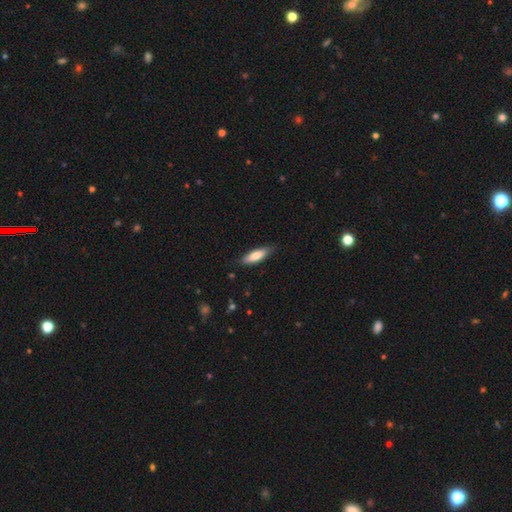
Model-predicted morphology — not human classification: Smooth or featured: smooth — 79% (featured or disk — 16%)
How rounded: cigar-shaped — 50% (in between — 48%)
Merging: none — 81% (minor disturbance — 16%)